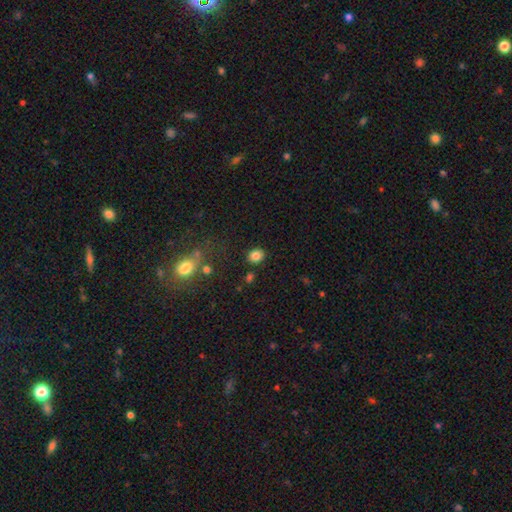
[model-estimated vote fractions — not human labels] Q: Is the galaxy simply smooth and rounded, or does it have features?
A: smooth — 83%.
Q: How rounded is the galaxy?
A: round — 62%.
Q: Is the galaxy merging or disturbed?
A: none — 85%.